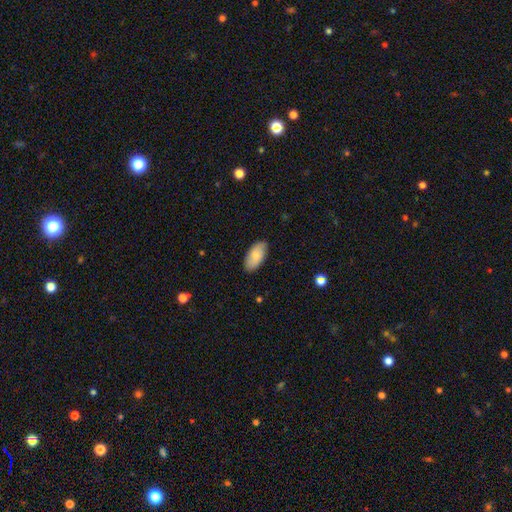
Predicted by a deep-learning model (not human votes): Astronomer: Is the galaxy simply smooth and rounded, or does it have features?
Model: smooth — 78%.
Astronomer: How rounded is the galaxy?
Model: in between — 95%.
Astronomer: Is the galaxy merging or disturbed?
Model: none — 86%.